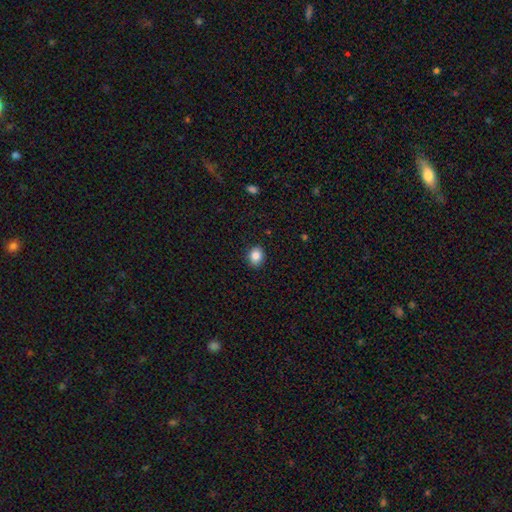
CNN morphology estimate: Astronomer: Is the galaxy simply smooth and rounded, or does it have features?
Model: smooth — 85%.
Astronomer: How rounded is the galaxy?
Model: round — 51% (runner-up: in between, 48%).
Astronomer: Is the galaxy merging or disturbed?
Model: none — 89%.